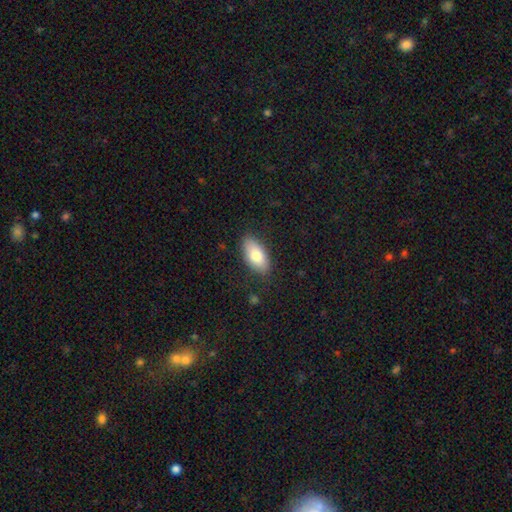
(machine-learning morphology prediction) Smooth or featured? Predicted: smooth (p=0.77). How rounded? Predicted: in between (p=0.92). Merging? Predicted: none (p=0.84).